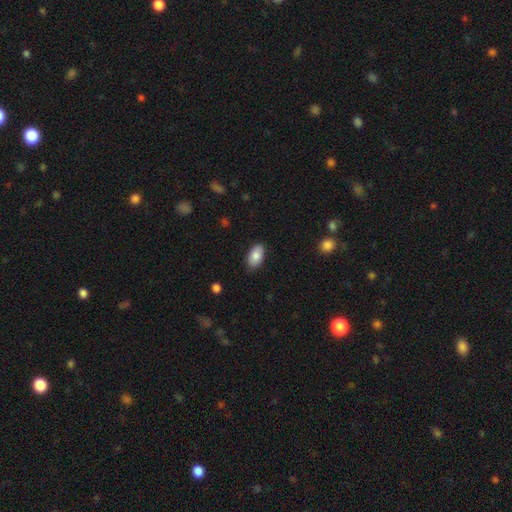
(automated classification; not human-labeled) Smooth or featured? Predicted: smooth (p=0.83). How rounded? Predicted: in between (p=0.94). Merging? Predicted: none (p=0.84).